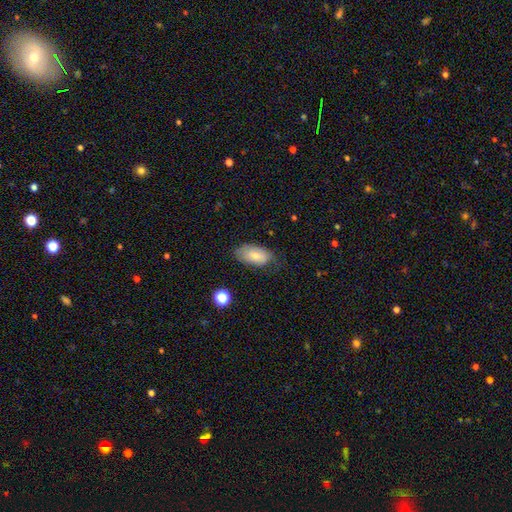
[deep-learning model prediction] Smooth or featured: smooth — 77% (featured or disk — 16%)
How rounded: in between — 94% (round — 4%)
Merging: none — 63% (minor disturbance — 27%)